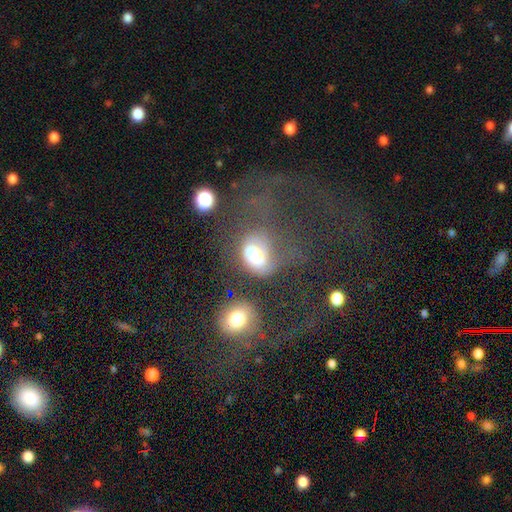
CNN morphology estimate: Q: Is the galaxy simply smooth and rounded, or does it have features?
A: smooth — 53%.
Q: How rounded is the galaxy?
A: in between — 68%.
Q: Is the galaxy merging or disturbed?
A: major disturbance — 40%.